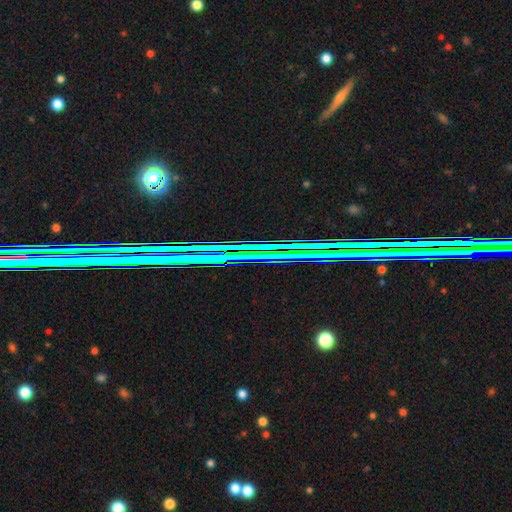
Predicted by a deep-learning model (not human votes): Q: Smooth or featured?
A: star or artifact (76%); runner-up: featured or disk (15%)